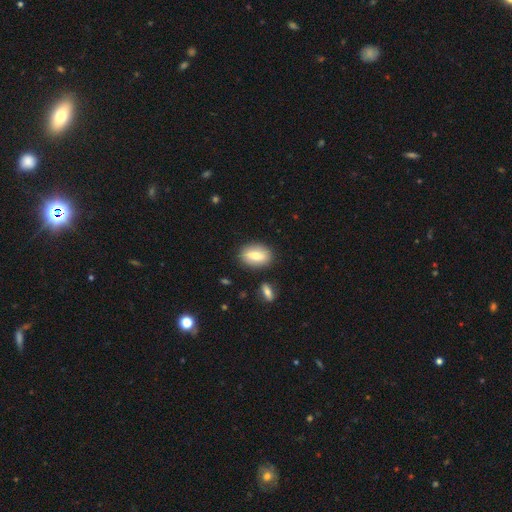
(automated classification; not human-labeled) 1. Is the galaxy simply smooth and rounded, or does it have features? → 69% smooth, 24% featured or disk, 7% star or artifact.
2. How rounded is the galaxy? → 83% in between, 12% round, 5% cigar-shaped.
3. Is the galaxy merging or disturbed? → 85% none, 9% minor disturbance, 3% merger, 2% major disturbance.